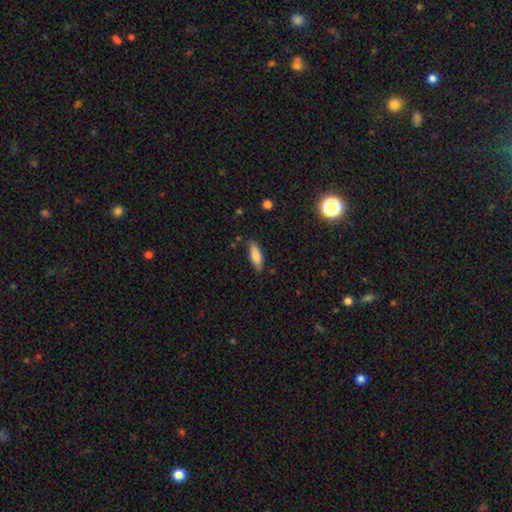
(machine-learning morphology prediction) This appears to be a smooth galaxy with no disk features (85%) that is in between round and cigar-shaped (72%). Merging: none (82%).